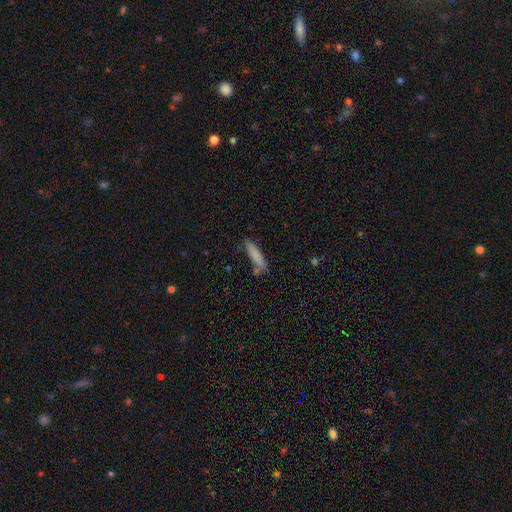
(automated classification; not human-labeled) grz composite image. It shows a smooth galaxy with no disk features (82%) that is cigar-shaped (75%). Merging: none (69%).